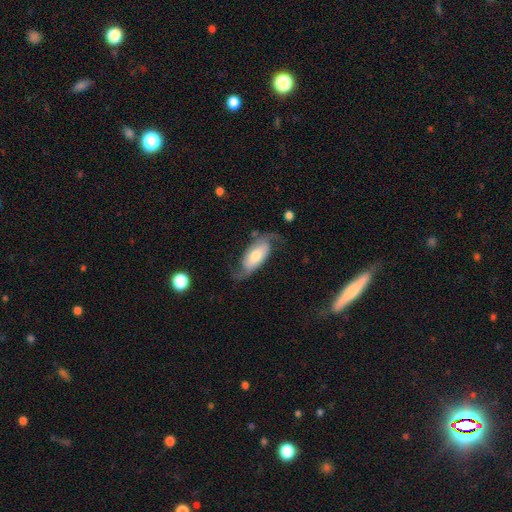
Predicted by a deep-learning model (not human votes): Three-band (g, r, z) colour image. It shows a featured or disk galaxy (72%) with no bar (53%), 2 (90%) loose (60%) spiral arms (93%) and a moderate central bulge (52%). Merging: none (63%).